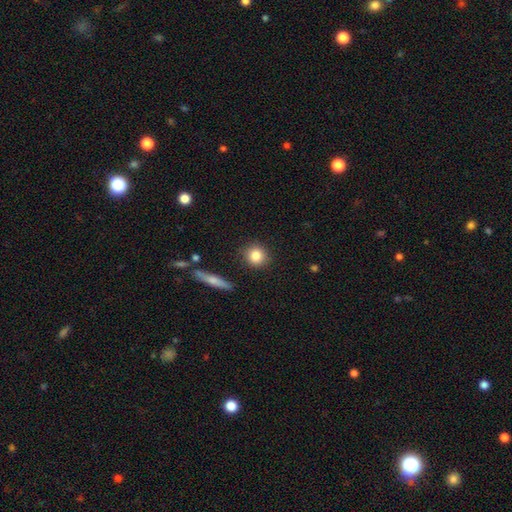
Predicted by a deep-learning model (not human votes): A smooth galaxy with no disk features (83%) that is round (85%).

Vote fractions:
- Smooth or featured? smooth: 83% / star or artifact: 9% / featured or disk: 9%
- How rounded? round: 85% / in between: 12% / cigar-shaped: 2%
- Merging? none: 87% / minor disturbance: 8% / merger: 2% / major disturbance: 2%